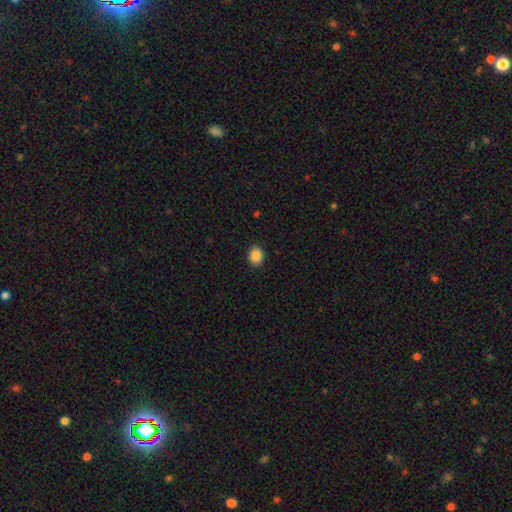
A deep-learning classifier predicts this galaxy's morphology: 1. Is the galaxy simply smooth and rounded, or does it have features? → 88% smooth, 9% star or artifact, 3% featured or disk.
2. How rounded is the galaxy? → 51% in between, 48% round, 1% cigar-shaped.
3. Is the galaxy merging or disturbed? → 90% none, 7% minor disturbance, 2% major disturbance, 1% merger.